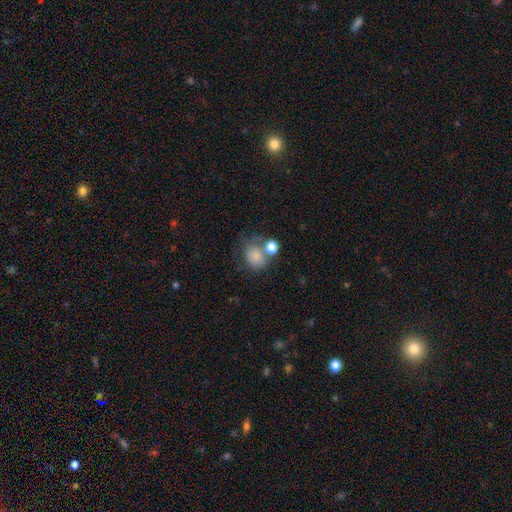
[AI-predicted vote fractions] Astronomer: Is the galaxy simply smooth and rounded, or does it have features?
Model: smooth — 78%.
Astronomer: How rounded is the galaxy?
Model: round — 64%.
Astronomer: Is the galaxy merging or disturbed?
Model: none — 40% (runner-up: merger, 30%).